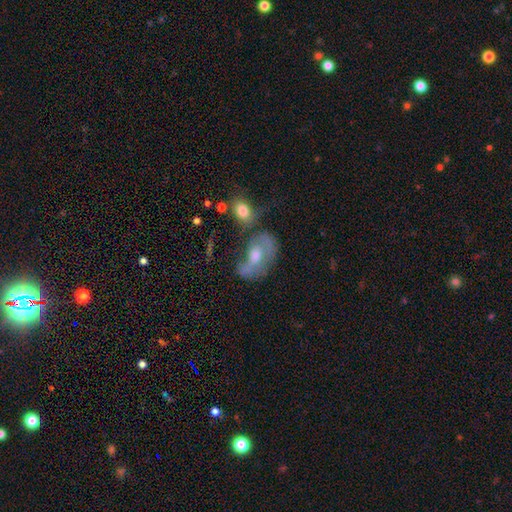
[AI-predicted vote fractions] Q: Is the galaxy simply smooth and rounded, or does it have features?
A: featured or disk — 59%.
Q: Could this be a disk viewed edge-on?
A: no — 94%.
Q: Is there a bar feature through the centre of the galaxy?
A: no — 64%.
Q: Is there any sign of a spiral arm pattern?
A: yes — 58%.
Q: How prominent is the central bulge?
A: moderate — 60%.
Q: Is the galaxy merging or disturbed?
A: none — 36%.